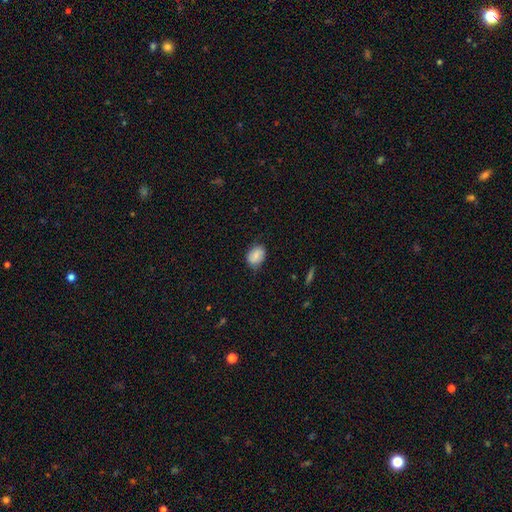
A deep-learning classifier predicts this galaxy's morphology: Smooth or featured?
  - smooth: 77% *
  - featured or disk: 16%
  - star or artifact: 8%
How rounded?
  - in between: 70% *
  - round: 29%
  - cigar-shaped: 1%
Merging?
  - none: 72% *
  - minor disturbance: 22%
  - major disturbance: 4%
  - merger: 1%